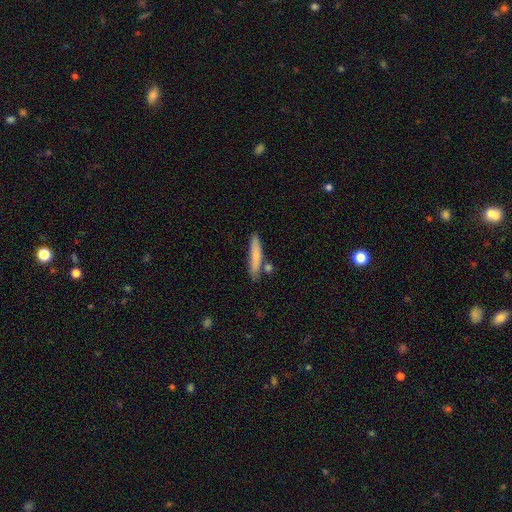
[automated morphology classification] type=smooth (75%); roundness=cigar-shaped (90%); merging=none (75%).